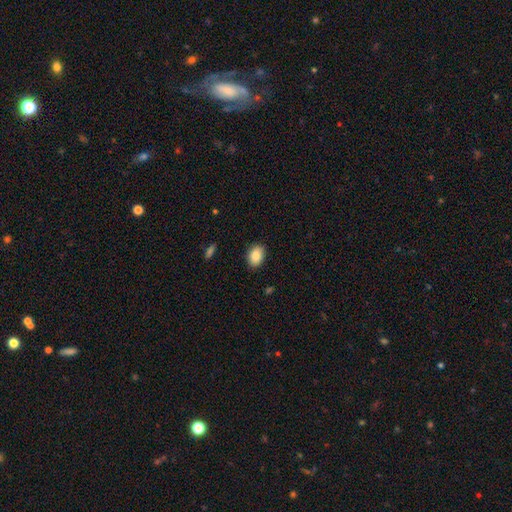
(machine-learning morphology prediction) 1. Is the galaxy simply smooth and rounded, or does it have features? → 87% smooth, 7% star or artifact, 6% featured or disk.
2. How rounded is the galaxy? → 79% in between, 20% round, 1% cigar-shaped.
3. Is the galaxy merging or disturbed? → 87% none, 9% minor disturbance, 2% major disturbance, 1% merger.